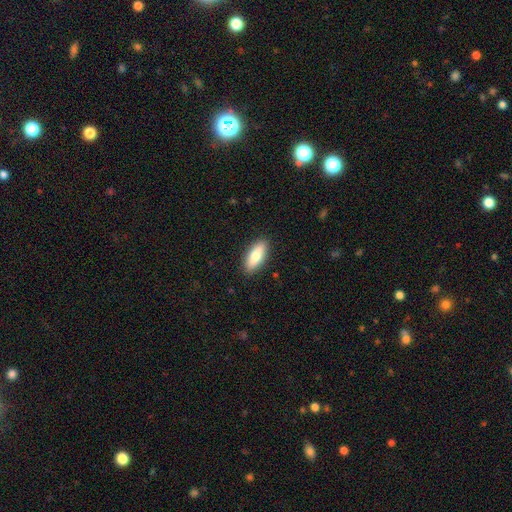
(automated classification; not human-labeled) smooth_or_featured: smooth (p=0.78) [alt: featured or disk p=0.17]
how_rounded: in between (p=0.72) [alt: cigar-shaped p=0.25]
merging: none (p=0.89) [alt: minor disturbance p=0.08]